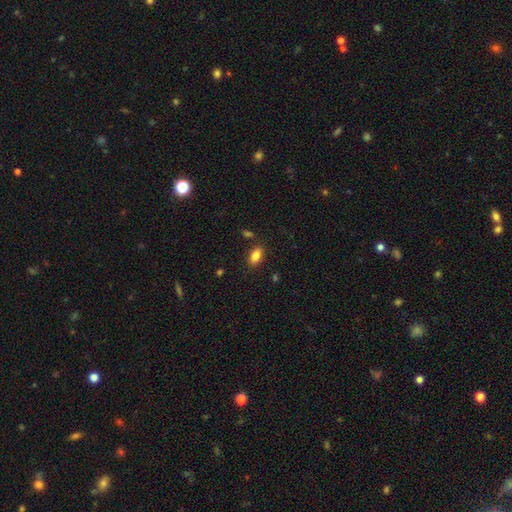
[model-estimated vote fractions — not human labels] Smooth or featured? smooth (84%)
How rounded? in between (90%)
Merging? none (84%)